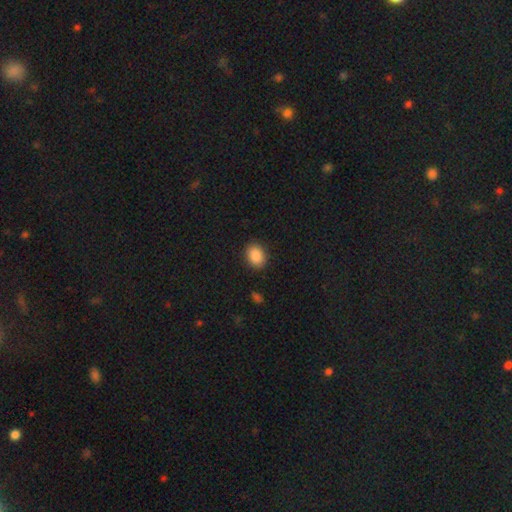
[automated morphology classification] A smooth galaxy with no disk features (89%) that is in between round and cigar-shaped (68%). Merging: none (89%).